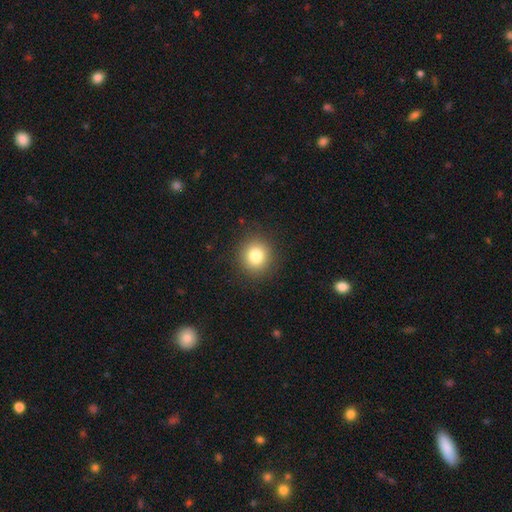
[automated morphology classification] Smooth or featured? Predicted: smooth (p=0.82). How rounded? Predicted: round (p=0.89). Merging? Predicted: none (p=0.90).